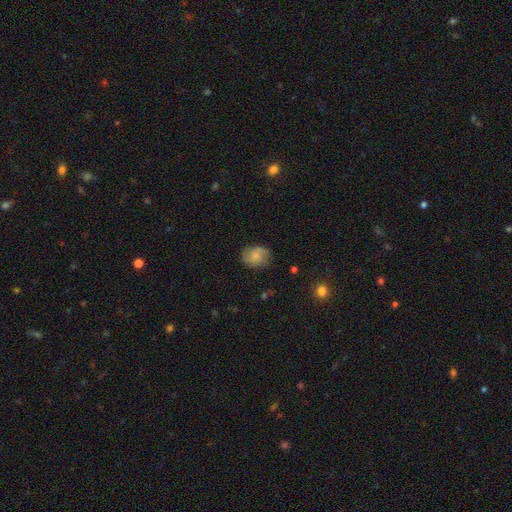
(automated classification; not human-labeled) Q: Smooth or featured?
A: smooth (53%); runner-up: featured or disk (39%)
Q: How rounded?
A: round (54%); runner-up: in between (45%)
Q: Merging?
A: none (72%); runner-up: minor disturbance (20%)